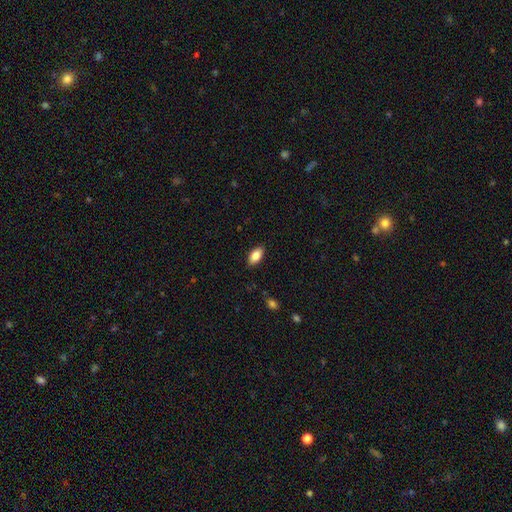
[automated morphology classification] smooth 84%, featured or disk 9%, star or artifact 7%. Down the decision tree: how rounded — in between (91%); merging — none (88%).